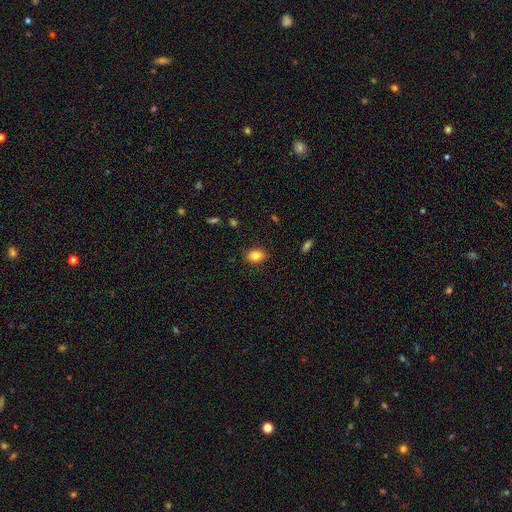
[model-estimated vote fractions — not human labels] A smooth galaxy with no disk features (83%) that is in between round and cigar-shaped (65%). Merging: none (88%).